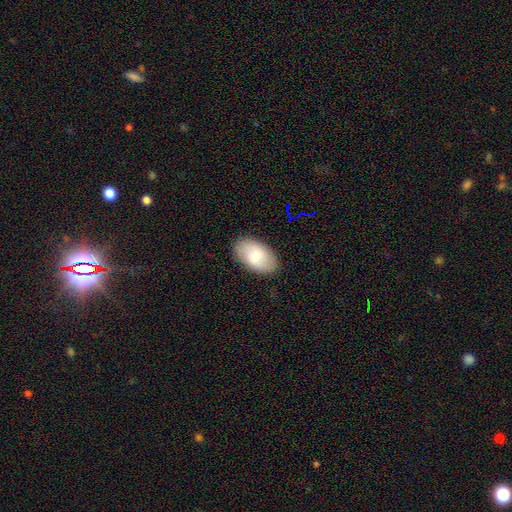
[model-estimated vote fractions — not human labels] Overall: smooth (68%). How rounded: in between (94%). Merging: none (87%).